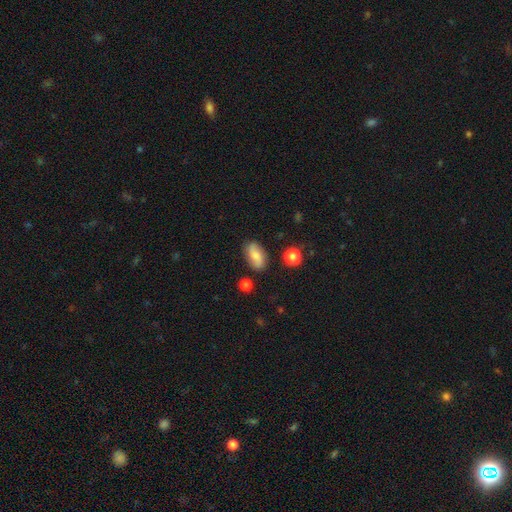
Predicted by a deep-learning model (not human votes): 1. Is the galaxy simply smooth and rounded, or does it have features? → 69% smooth, 23% featured or disk, 8% star or artifact.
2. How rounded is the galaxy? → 88% in between, 7% round, 6% cigar-shaped.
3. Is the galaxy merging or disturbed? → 80% none, 14% minor disturbance, 3% major disturbance, 3% merger.